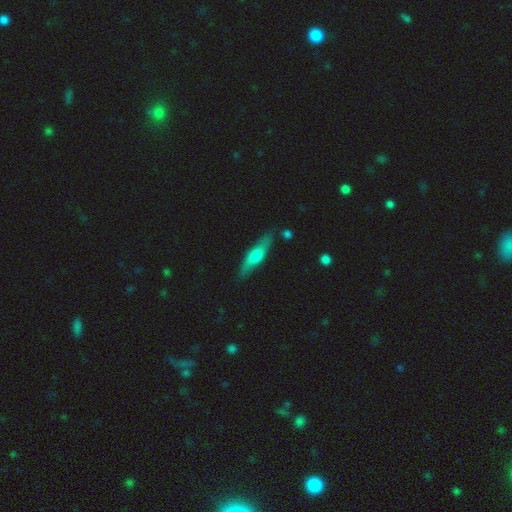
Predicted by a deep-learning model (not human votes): Morphology: type=smooth (57%); roundness=cigar-shaped (70%); merging=none (80%).